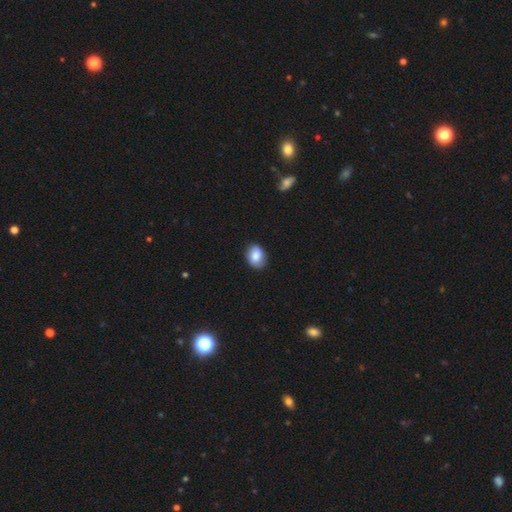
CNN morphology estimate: Q: Smooth or featured?
A: smooth (81%); runner-up: featured or disk (11%)
Q: How rounded?
A: in between (64%); runner-up: round (35%)
Q: Merging?
A: none (83%); runner-up: minor disturbance (14%)